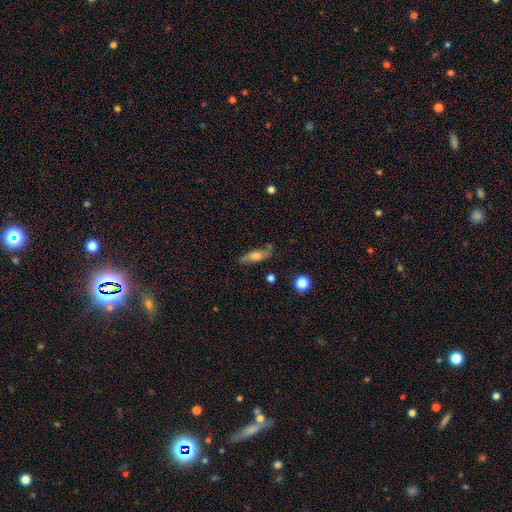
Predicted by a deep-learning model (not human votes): A smooth galaxy with no disk features (52%) that is in between round and cigar-shaped (52%). Merging: none (70%).